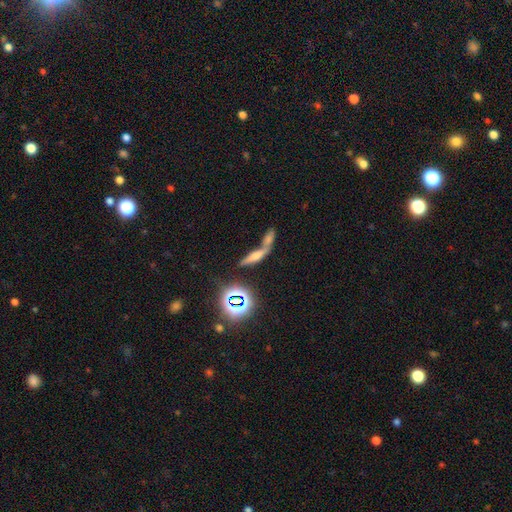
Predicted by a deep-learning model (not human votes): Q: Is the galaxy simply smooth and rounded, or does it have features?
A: smooth — 45%.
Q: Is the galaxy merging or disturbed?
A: merger — 59%.